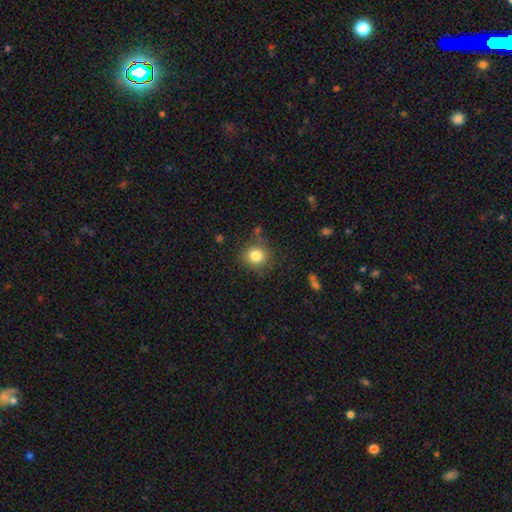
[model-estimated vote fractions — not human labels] A smooth galaxy with no disk features (83%) that is round (88%).

Vote fractions:
- Smooth or featured? smooth: 83% / star or artifact: 11% / featured or disk: 6%
- How rounded? round: 88% / in between: 11% / cigar-shaped: 1%
- Merging? none: 81% / minor disturbance: 12% / major disturbance: 4% / merger: 3%